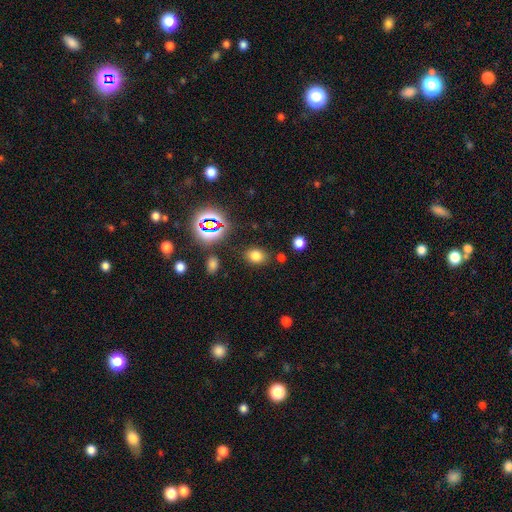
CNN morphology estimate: A smooth galaxy with no disk features (72%) that is in between round and cigar-shaped (59%).

Vote fractions:
- Smooth or featured? smooth: 72% / star or artifact: 20% / featured or disk: 7%
- How rounded? in between: 59% / round: 40% / cigar-shaped: 1%
- Merging? none: 82% / minor disturbance: 10% / merger: 4% / major disturbance: 4%